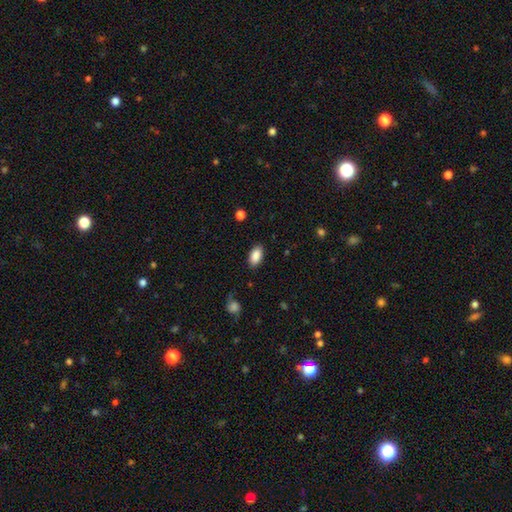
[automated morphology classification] A smooth galaxy with no disk features (89%) that is in between round and cigar-shaped (93%). Merging: none (87%).